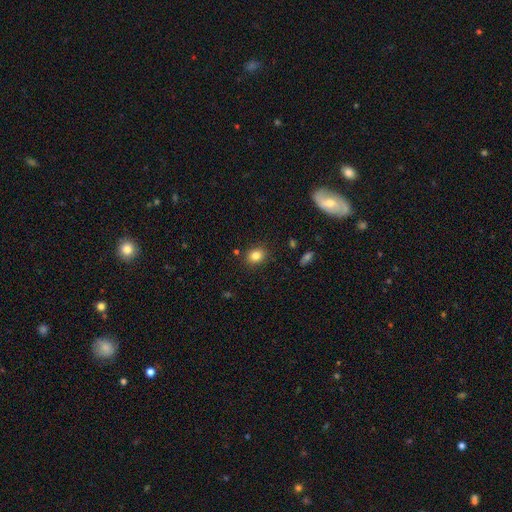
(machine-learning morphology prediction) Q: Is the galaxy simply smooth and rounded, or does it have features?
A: smooth — 83%.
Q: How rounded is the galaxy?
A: in between — 50%.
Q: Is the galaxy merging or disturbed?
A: none — 86%.